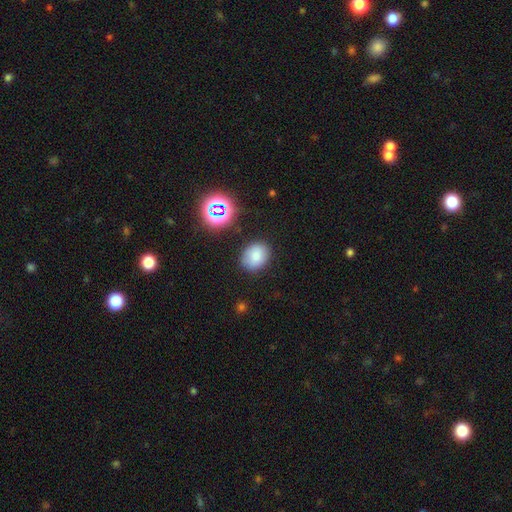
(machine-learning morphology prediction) smooth 79%, star or artifact 13%, featured or disk 8%. Down the decision tree: how rounded — in between (52%); merging — none (83%).